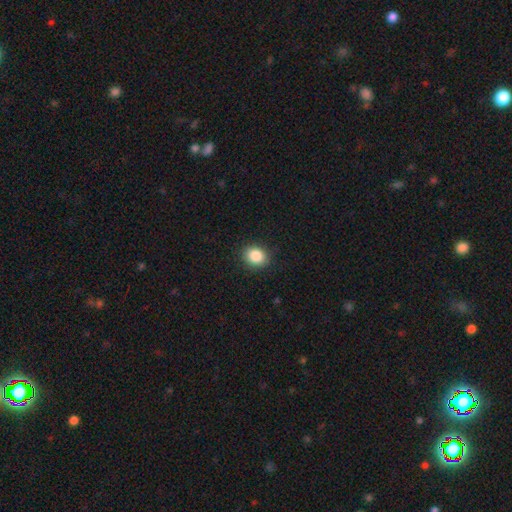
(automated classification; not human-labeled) Overall: smooth (87%). How rounded: round (65%; in between 34%). Merging: none (89%).